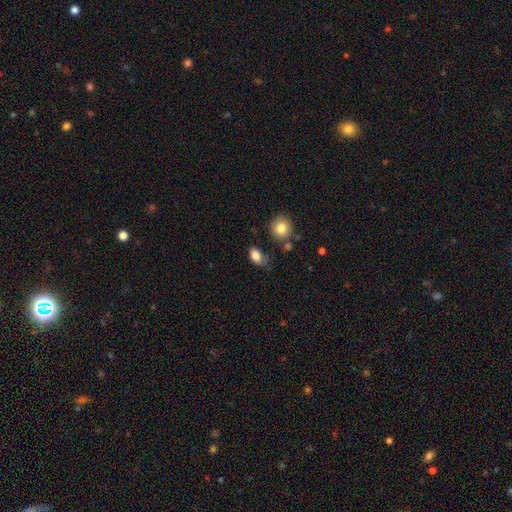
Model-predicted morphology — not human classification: Overall: smooth (83%). How rounded: in between (83%). Merging: none (53%; minor disturbance 31%).